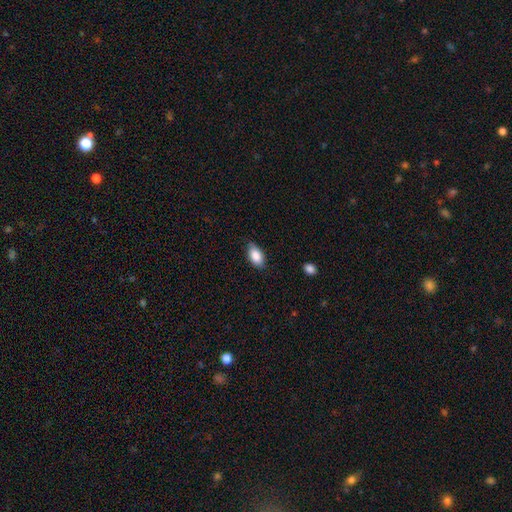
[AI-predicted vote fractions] Smooth or featured? Predicted: smooth (p=0.87). How rounded? Predicted: in between (p=0.92). Merging? Predicted: none (p=0.79).